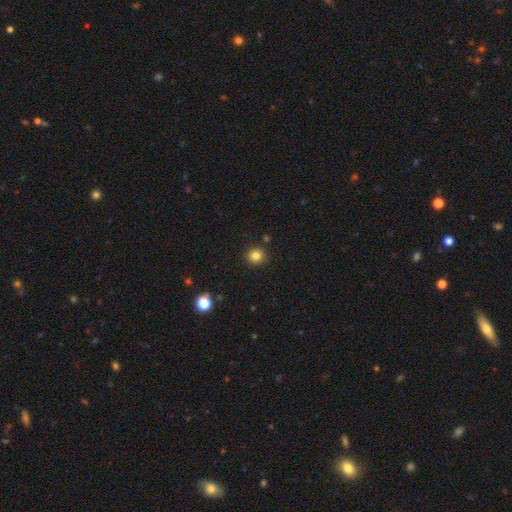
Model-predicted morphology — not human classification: This appears to be a smooth galaxy with no disk features (83%) that is round (88%). Merging: none (89%).